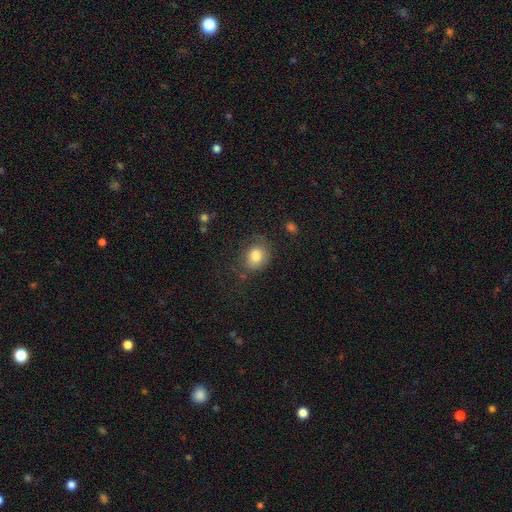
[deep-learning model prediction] Morphology: type=smooth (80%); roundness=round (62%); merging=none (66%).